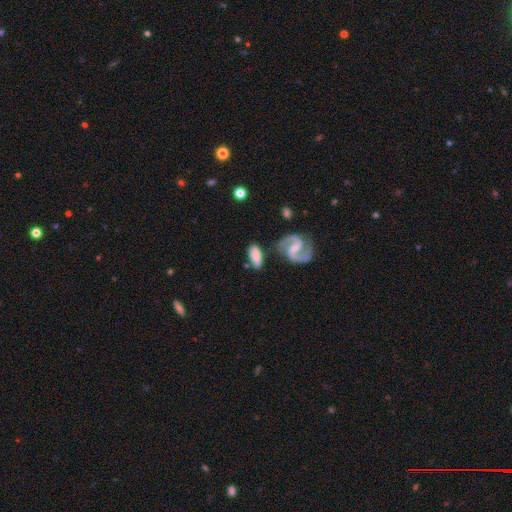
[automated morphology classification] Smooth or featured? smooth (57%)
How rounded? in between (85%)
Merging? none (65%)